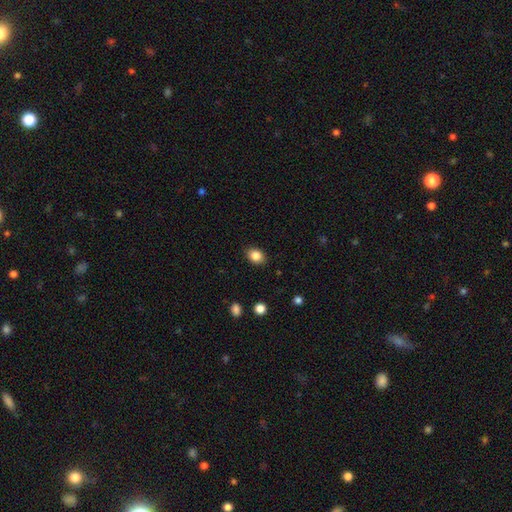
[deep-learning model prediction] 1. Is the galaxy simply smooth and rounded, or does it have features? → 86% smooth, 9% star or artifact, 5% featured or disk.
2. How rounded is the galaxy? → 65% in between, 34% round, 1% cigar-shaped.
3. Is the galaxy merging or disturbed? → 87% none, 10% minor disturbance, 2% major disturbance, 1% merger.